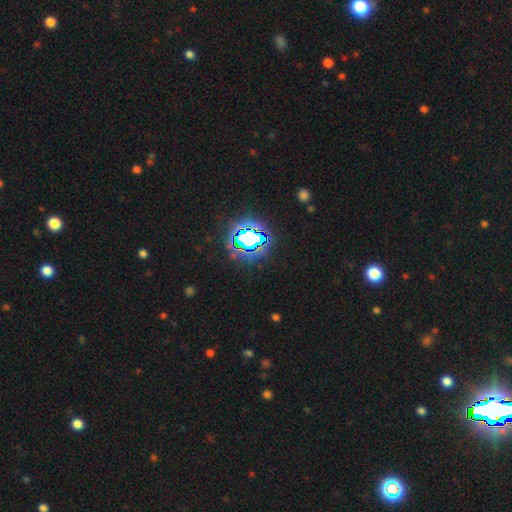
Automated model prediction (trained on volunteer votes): star or artifact 82%, smooth 11%, featured or disk 7%.